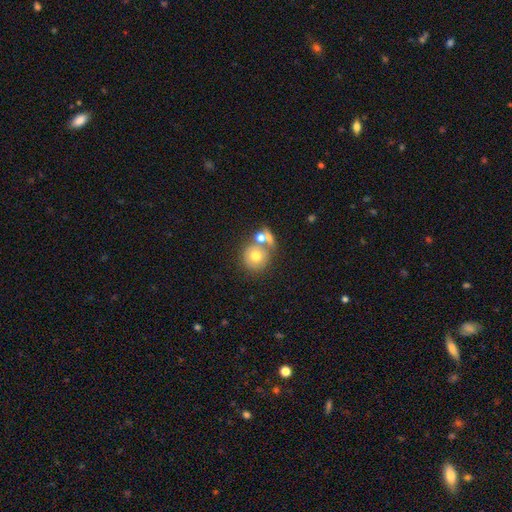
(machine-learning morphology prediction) Smooth or featured? smooth (65%)
How rounded? round (86%)
Merging? none (50%)